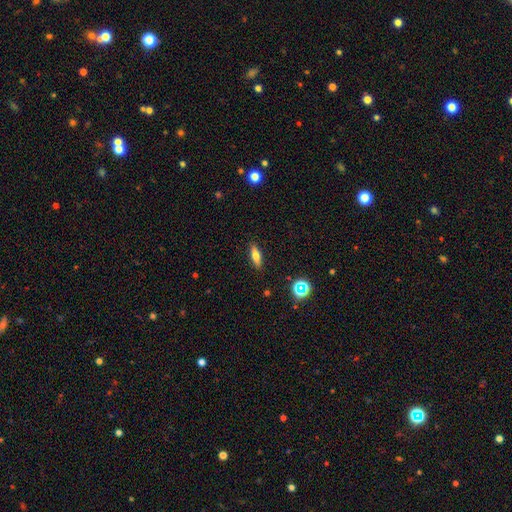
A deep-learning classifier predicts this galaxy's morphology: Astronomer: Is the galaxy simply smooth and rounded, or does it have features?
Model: smooth — 68%.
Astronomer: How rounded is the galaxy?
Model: in between — 55% (runner-up: cigar-shaped, 41%).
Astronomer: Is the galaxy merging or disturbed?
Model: none — 89%.